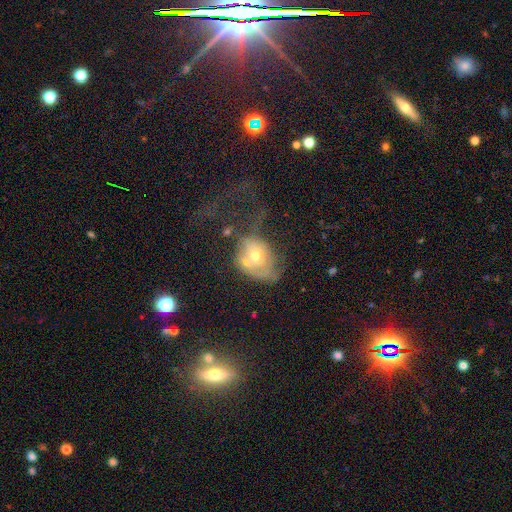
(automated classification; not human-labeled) Smooth or featured? smooth (45%)
Merging? major disturbance (34%)